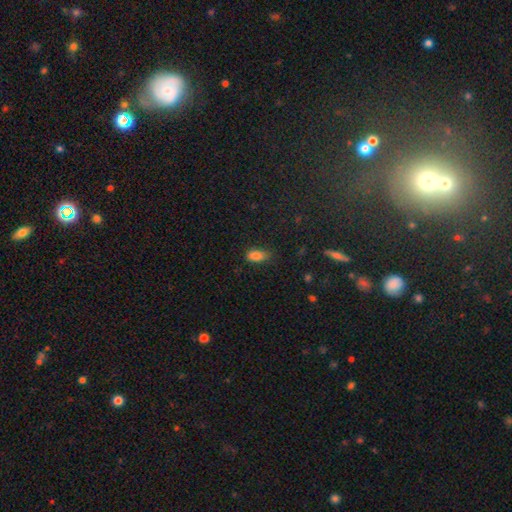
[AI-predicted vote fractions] Smooth or featured: smooth — 84% (star or artifact — 11%)
How rounded: in between — 89% (cigar-shaped — 6%)
Merging: none — 69% (minor disturbance — 24%)